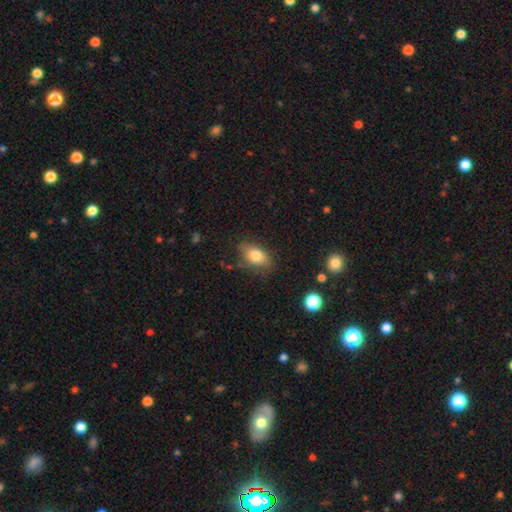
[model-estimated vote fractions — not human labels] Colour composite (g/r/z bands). It shows a smooth galaxy with no disk features (79%) that is in between round and cigar-shaped (86%). Merging: none (74%).